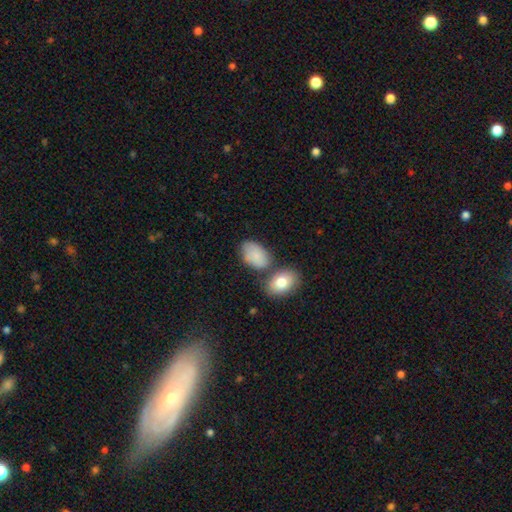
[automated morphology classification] A smooth galaxy with no disk features (81%) that is in between round and cigar-shaped (88%). Merging: none (52%).